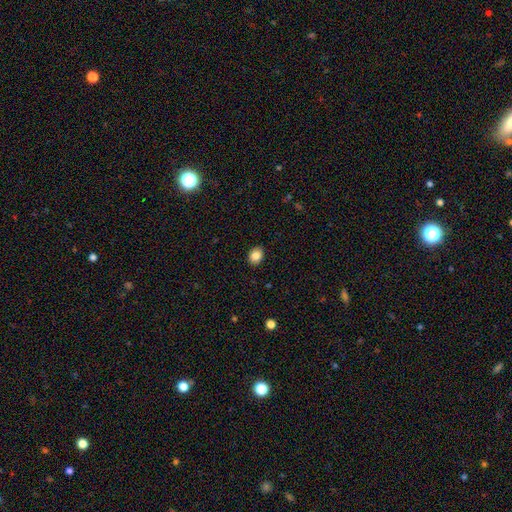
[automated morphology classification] The model was most divided on "how rounded": round: 50%, in between: 49%, cigar-shaped: 1%. More confident: merging — none (90%); smooth or featured — smooth (85%).